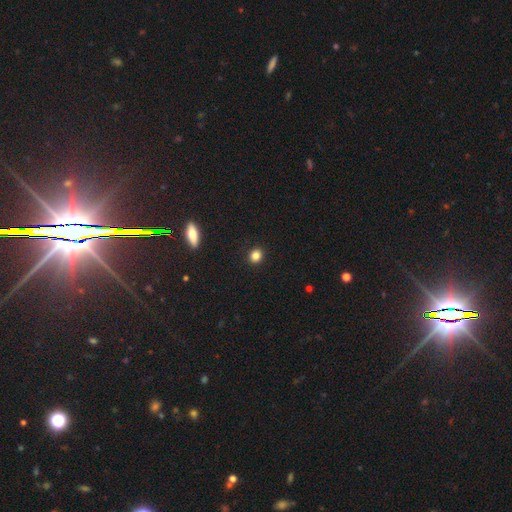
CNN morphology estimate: Smooth or featured? smooth (85%)
How rounded? round (76%)
Merging? none (91%)